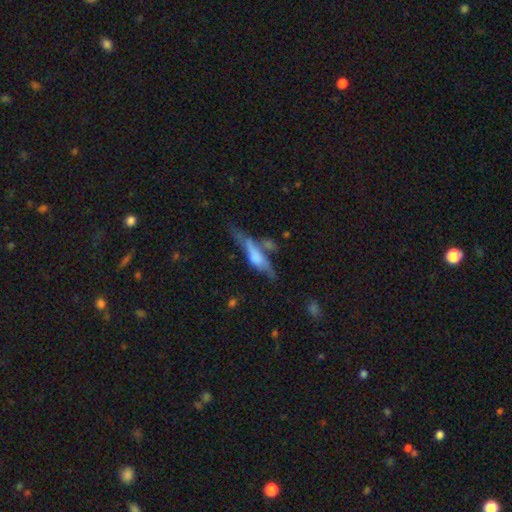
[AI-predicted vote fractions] Smooth or featured: smooth — 48% (featured or disk — 44%)
Merging: none — 33% (minor disturbance — 25%)